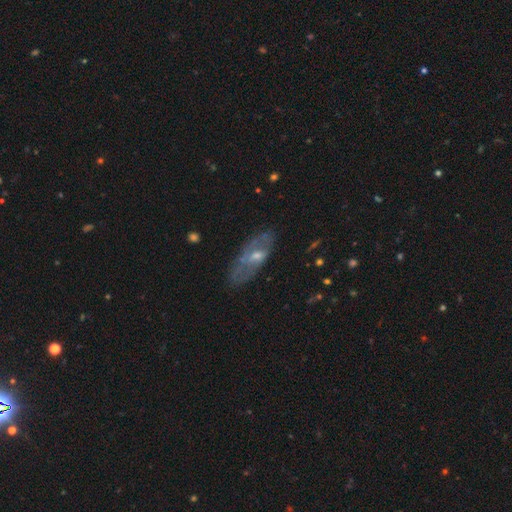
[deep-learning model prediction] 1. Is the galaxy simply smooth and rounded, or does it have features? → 61% featured or disk, 30% smooth, 9% star or artifact.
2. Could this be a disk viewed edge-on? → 78% no, 22% yes.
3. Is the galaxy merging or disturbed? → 72% none, 19% minor disturbance, 7% major disturbance, 2% merger.